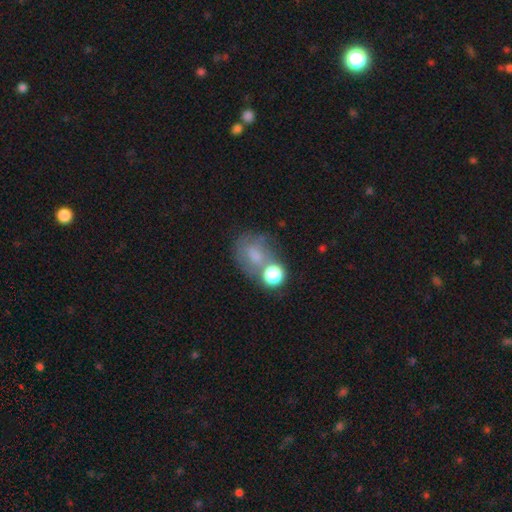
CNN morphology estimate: This is possibly a smooth galaxy (59%). How rounded: possibly round (57%). Merging: marginally none (40%).